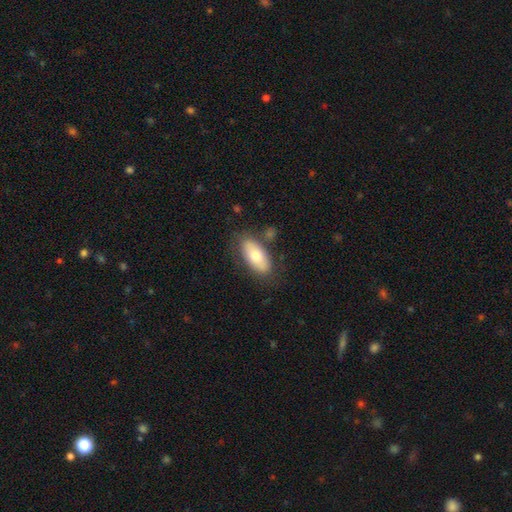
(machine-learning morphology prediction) This is likely a smooth galaxy (68%). How rounded: clearly in between (90%). Merging: likely none (77%).